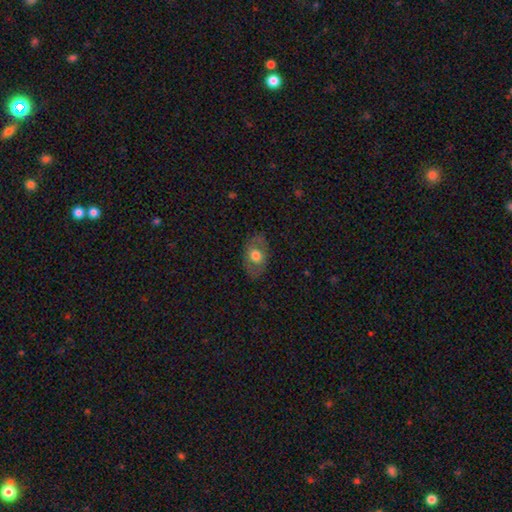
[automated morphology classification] type=smooth (60%); roundness=in between (82%); merging=none (80%).